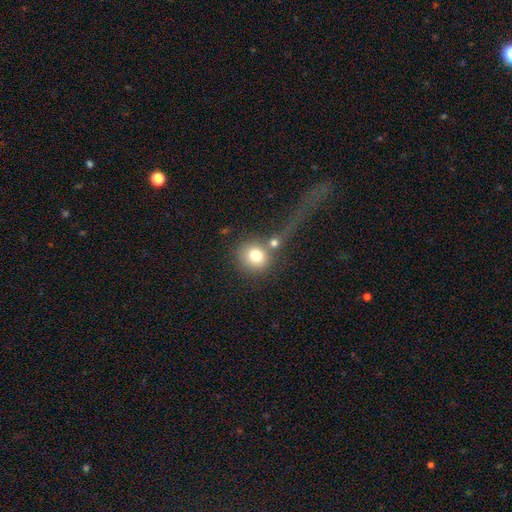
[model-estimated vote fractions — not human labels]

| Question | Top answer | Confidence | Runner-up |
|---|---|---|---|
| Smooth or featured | smooth | 76% | featured or disk (14%) |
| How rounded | round | 89% | in between (10%) |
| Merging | none | 47% | merger (29%) |